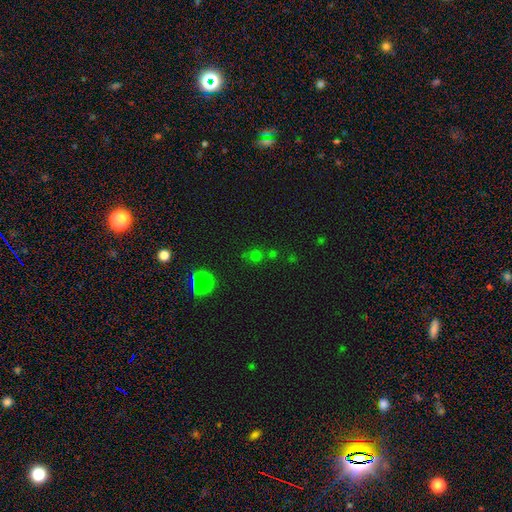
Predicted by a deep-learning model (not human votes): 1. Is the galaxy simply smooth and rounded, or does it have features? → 60% smooth, 34% star or artifact, 7% featured or disk.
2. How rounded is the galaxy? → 88% round, 11% in between, 1% cigar-shaped.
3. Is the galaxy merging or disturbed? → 69% none, 16% merger, 10% minor disturbance, 5% major disturbance.